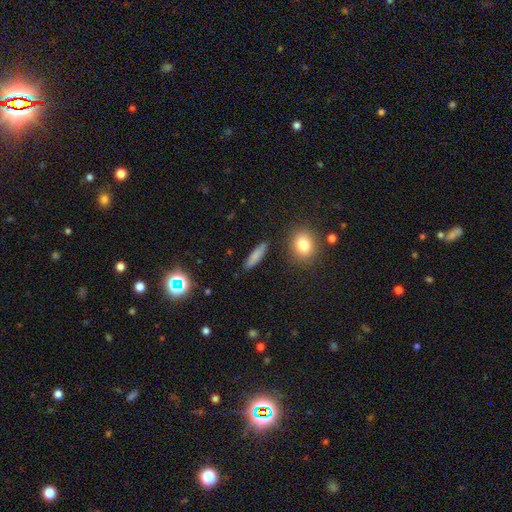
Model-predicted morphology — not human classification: Smooth or featured? smooth (79%)
How rounded? cigar-shaped (72%)
Merging? none (88%)